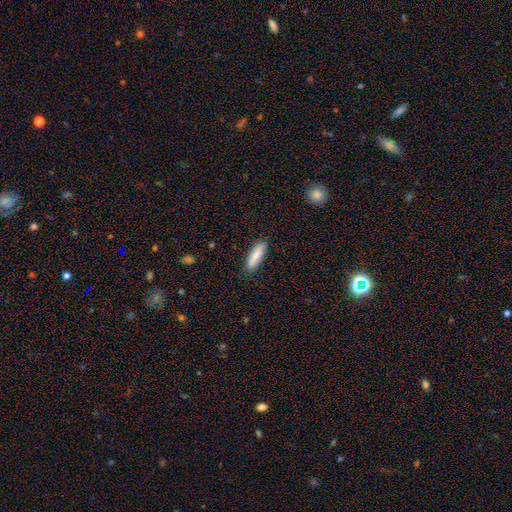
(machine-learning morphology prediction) Overall: smooth (84%). How rounded: cigar-shaped (68%; in between 30%). Merging: none (88%).